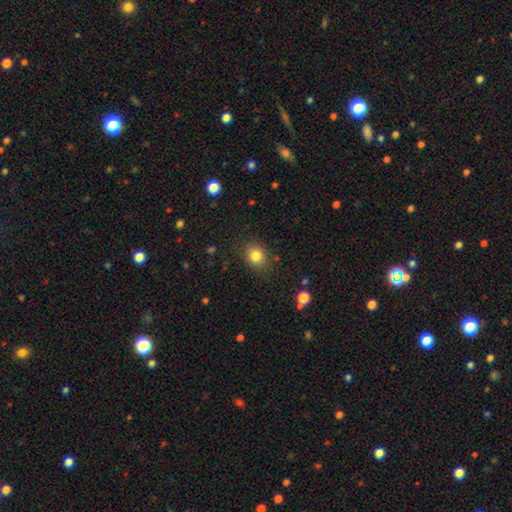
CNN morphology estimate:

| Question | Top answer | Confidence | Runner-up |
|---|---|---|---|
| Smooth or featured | smooth | 83% | star or artifact (11%) |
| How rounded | round | 65% | in between (34%) |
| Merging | none | 84% | minor disturbance (11%) |